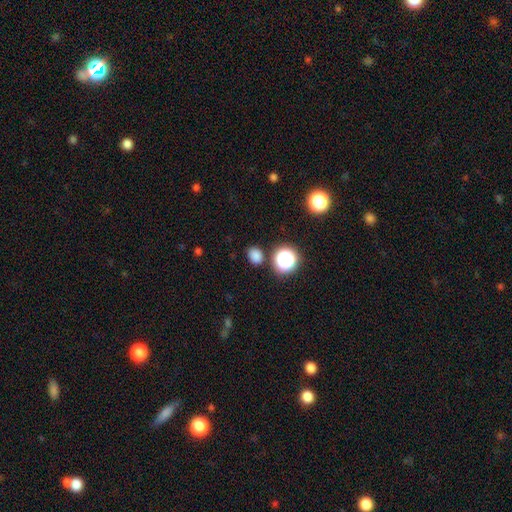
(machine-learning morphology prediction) Overall: smooth (79%). How rounded: round (57%; in between 41%). Merging: none (84%).